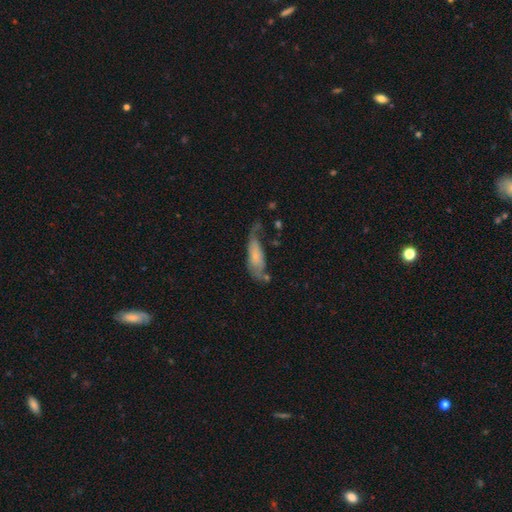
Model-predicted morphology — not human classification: Overall: smooth (54%; featured or disk 39%). How rounded: in between (68%; cigar-shaped 30%). Merging: none (32%; major disturbance 30%).